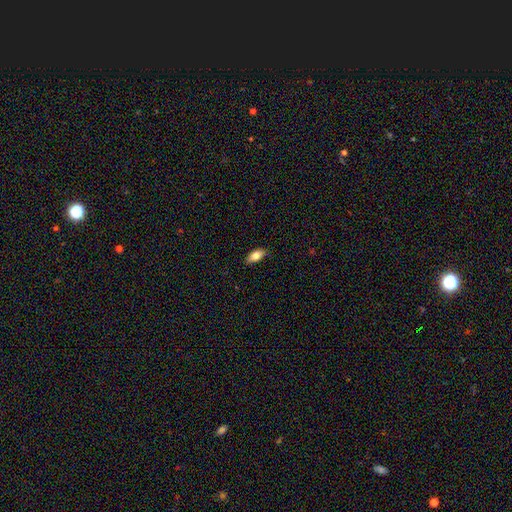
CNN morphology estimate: type=smooth (78%); roundness=in between (86%); merging=none (84%).